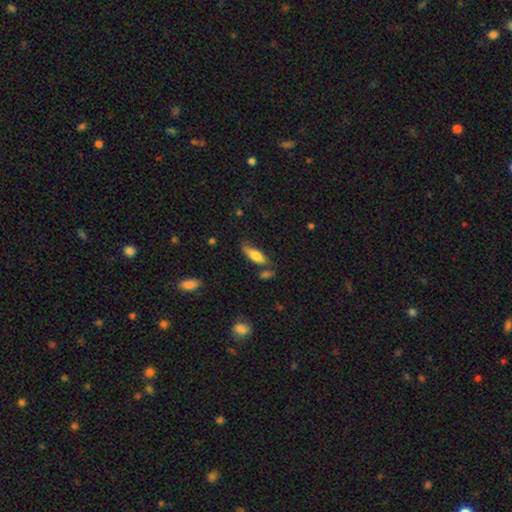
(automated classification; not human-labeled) Overall: smooth (73%). How rounded: in between (58%; cigar-shaped 40%). Merging: none (65%).